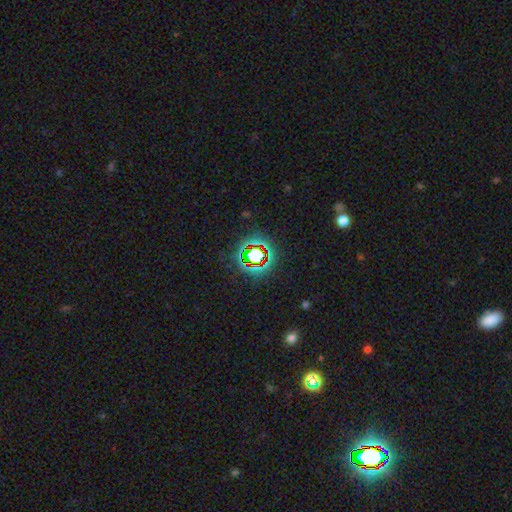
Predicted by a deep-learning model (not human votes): Q: Smooth or featured?
A: star or artifact (70%); runner-up: smooth (19%)